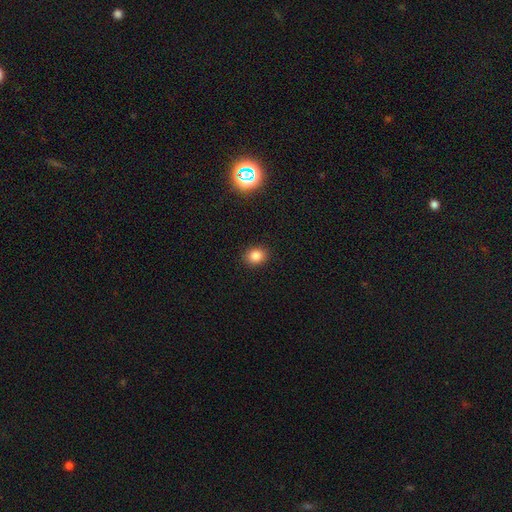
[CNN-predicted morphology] smooth 83%, star or artifact 12%, featured or disk 5%. Down the decision tree: how rounded — round (56%); merging — none (90%).